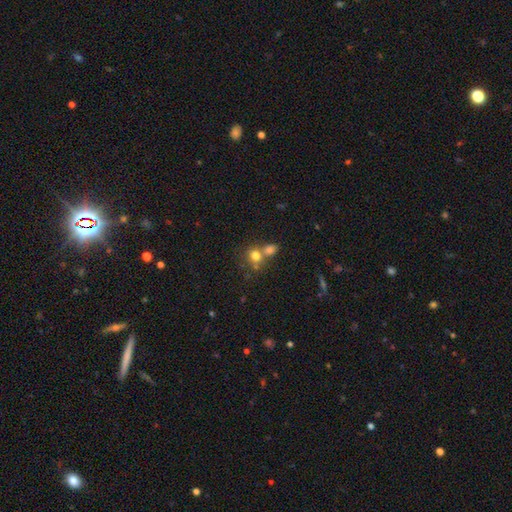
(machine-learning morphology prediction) A smooth galaxy with no disk features (75%) that is round (70%). Merging: merger (48%).